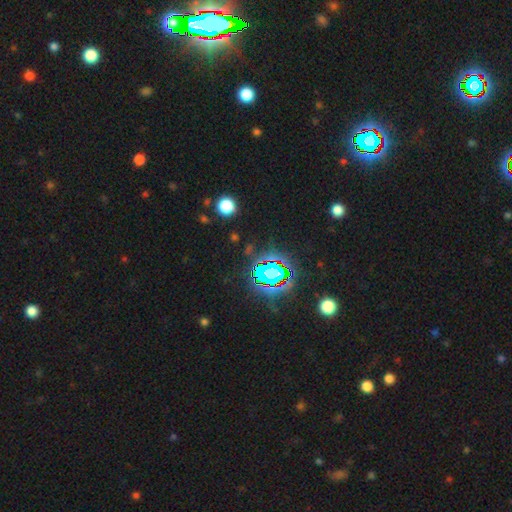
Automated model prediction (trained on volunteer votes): Smooth or featured? star or artifact (84%)